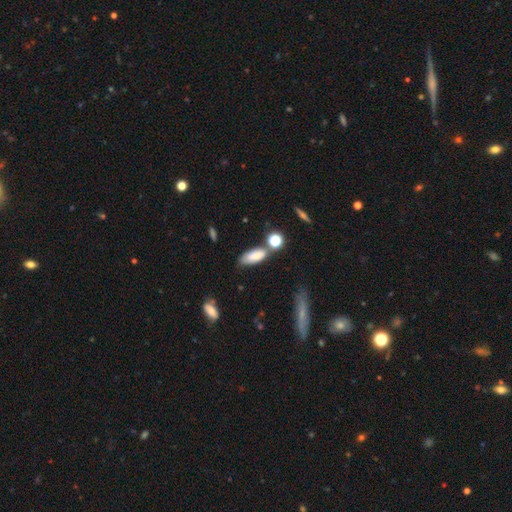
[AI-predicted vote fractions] Smooth or featured: smooth — 77% (featured or disk — 13%)
How rounded: in between — 74% (cigar-shaped — 22%)
Merging: none — 55% (minor disturbance — 20%)